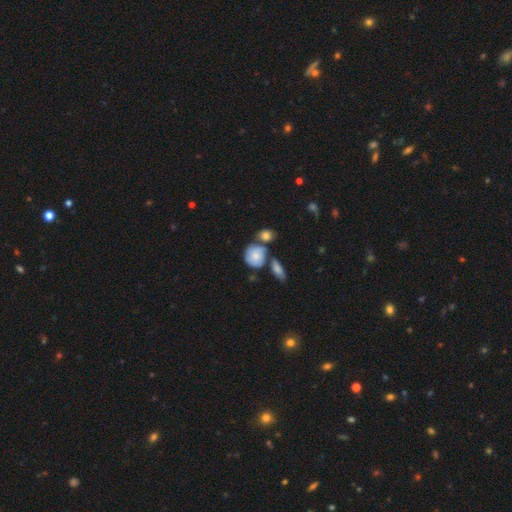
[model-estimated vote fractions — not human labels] Overall: smooth (69%). How rounded: round (73%). Merging: none (48%; merger 29%).